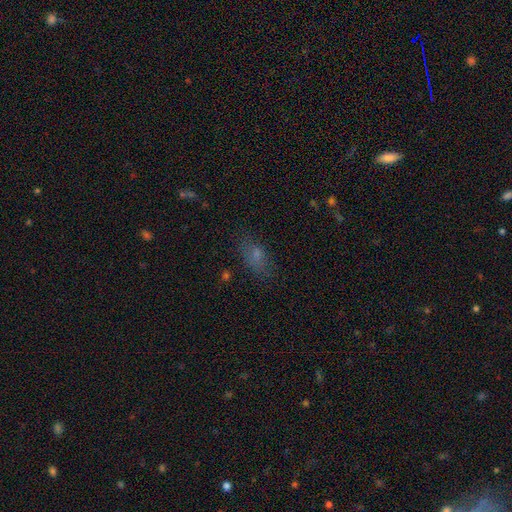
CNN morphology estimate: Q: Smooth or featured?
A: smooth (65%); runner-up: star or artifact (18%)
Q: How rounded?
A: in between (82%); runner-up: cigar-shaped (10%)
Q: Merging?
A: none (70%); runner-up: minor disturbance (19%)